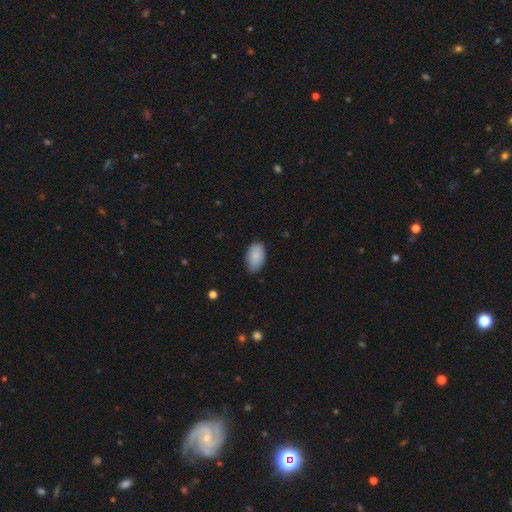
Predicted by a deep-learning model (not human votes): A smooth galaxy with no disk features (88%) that is in between round and cigar-shaped (93%). Merging: none (79%).